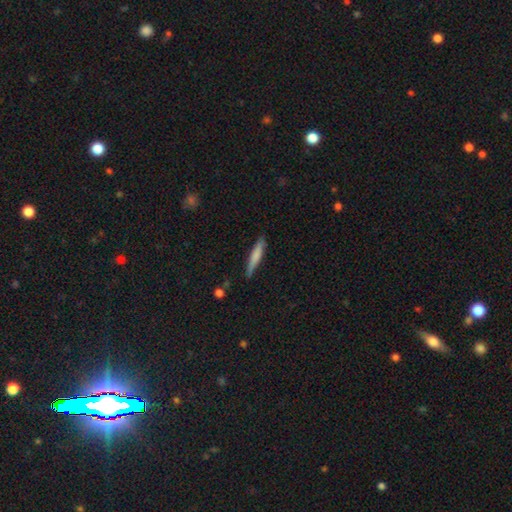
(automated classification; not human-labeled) A smooth galaxy with no disk features (69%) that is cigar-shaped (90%). Merging: none (80%).